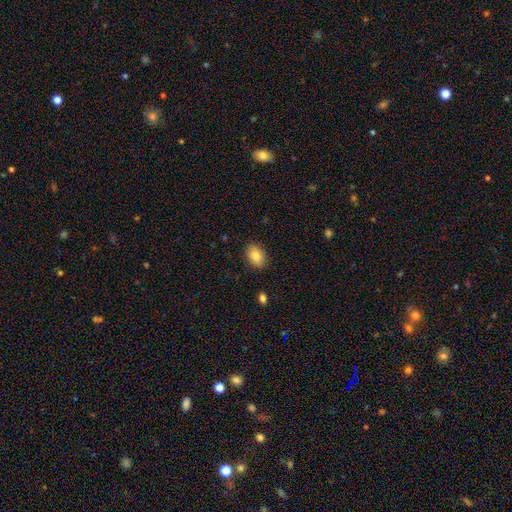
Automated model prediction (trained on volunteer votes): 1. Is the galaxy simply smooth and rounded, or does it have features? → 84% smooth, 8% featured or disk, 8% star or artifact.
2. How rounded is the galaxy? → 84% in between, 15% round, 1% cigar-shaped.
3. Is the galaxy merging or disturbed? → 88% none, 9% minor disturbance, 2% major disturbance, 1% merger.